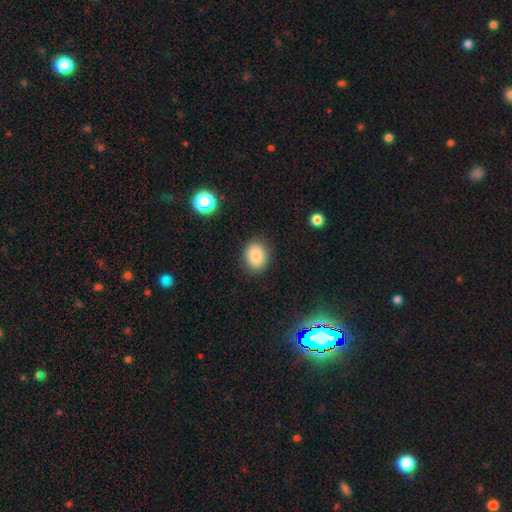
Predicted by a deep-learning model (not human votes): This is clearly a smooth galaxy (84%). How rounded: possibly in between (50%). Merging: clearly none (87%).